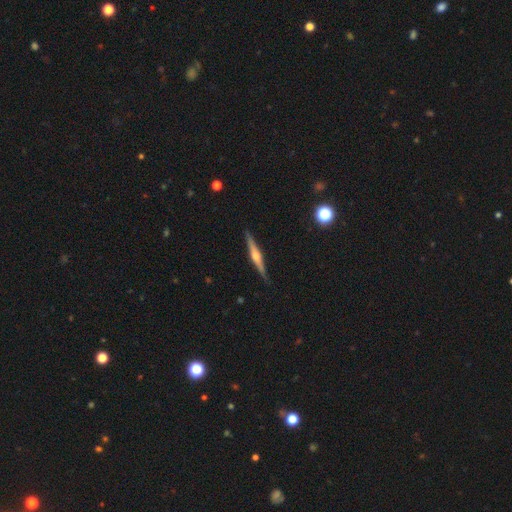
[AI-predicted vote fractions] Overall: featured or disk (76%). Edge-on disk: yes (98%). Edge-on bulge: rounded (89%). Merging: none (89%).